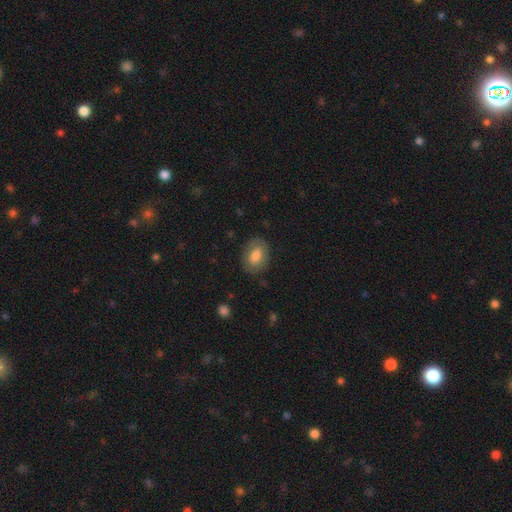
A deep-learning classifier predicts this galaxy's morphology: smooth 72%, featured or disk 21%, star or artifact 7%. Down the decision tree: how rounded — in between (80%); merging — none (80%).